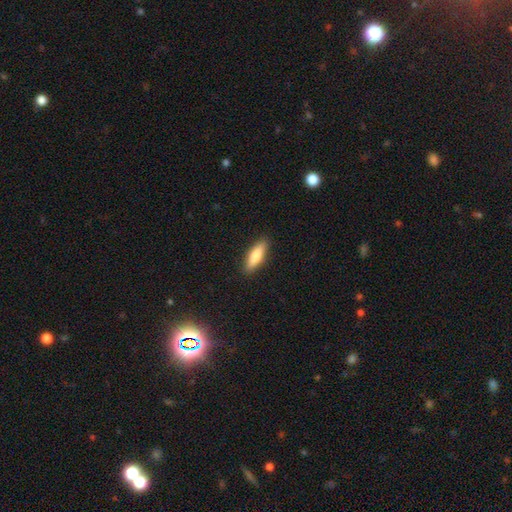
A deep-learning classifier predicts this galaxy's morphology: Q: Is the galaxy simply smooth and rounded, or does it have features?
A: smooth — 78%.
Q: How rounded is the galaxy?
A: cigar-shaped — 53%.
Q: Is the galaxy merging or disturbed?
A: none — 89%.